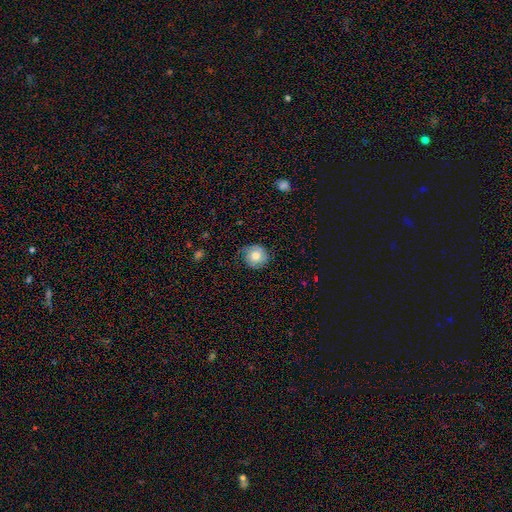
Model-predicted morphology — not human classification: Smooth or featured? Predicted: smooth (p=0.66). How rounded? Predicted: round (p=0.90). Merging? Predicted: none (p=0.72).